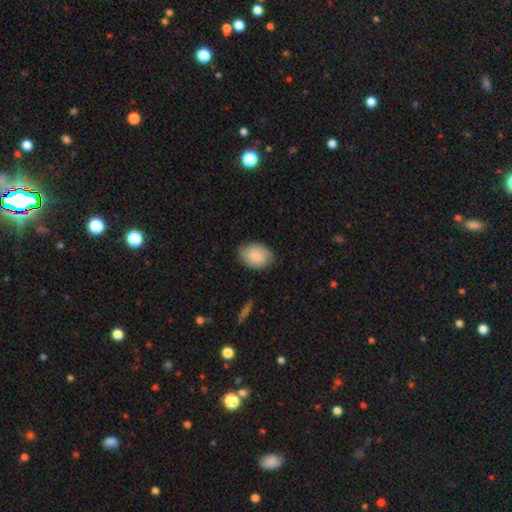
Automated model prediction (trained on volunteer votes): Smooth or featured: smooth — 83% (featured or disk — 11%)
How rounded: in between — 77% (round — 22%)
Merging: none — 80% (minor disturbance — 16%)